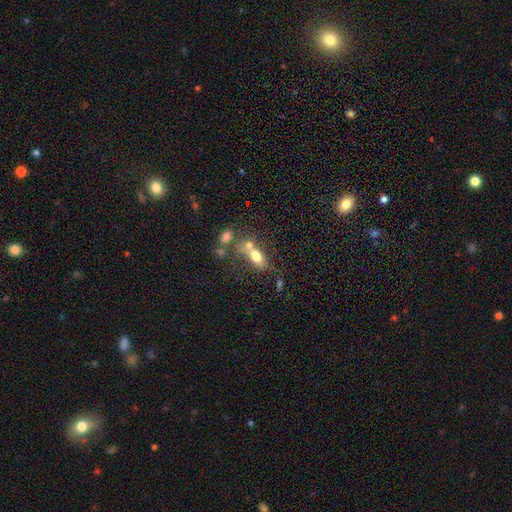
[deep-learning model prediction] smooth 69%, featured or disk 20%, star or artifact 11%. Down the decision tree: how rounded — in between (76%); merging — none (37%, tied with merger).